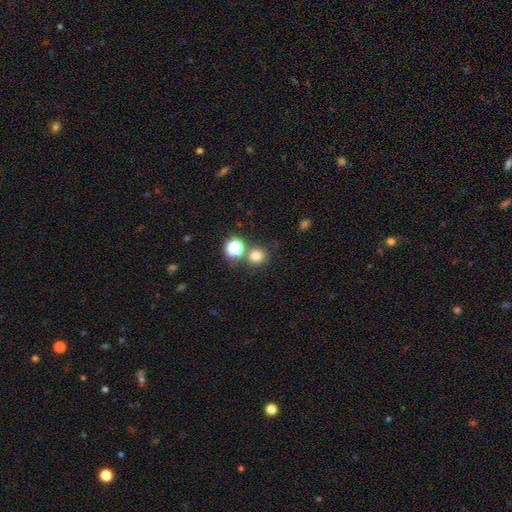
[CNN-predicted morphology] This appears to be a smooth galaxy with no disk features (76%) that is round (89%). Merging: none (74%).